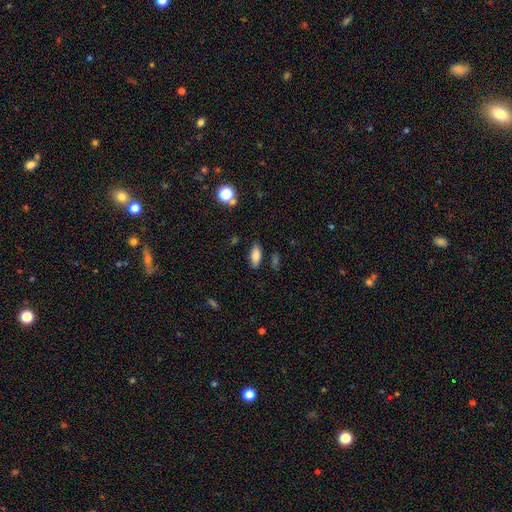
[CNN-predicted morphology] Q: Smooth or featured?
A: smooth (81%); runner-up: featured or disk (11%)
Q: How rounded?
A: in between (82%); runner-up: cigar-shaped (15%)
Q: Merging?
A: none (83%); runner-up: minor disturbance (11%)